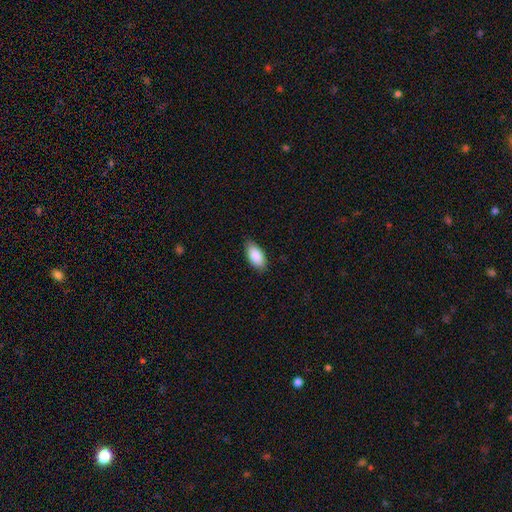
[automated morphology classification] This is clearly a smooth galaxy (88%). How rounded: clearly in between (93%). Merging: clearly none (85%).